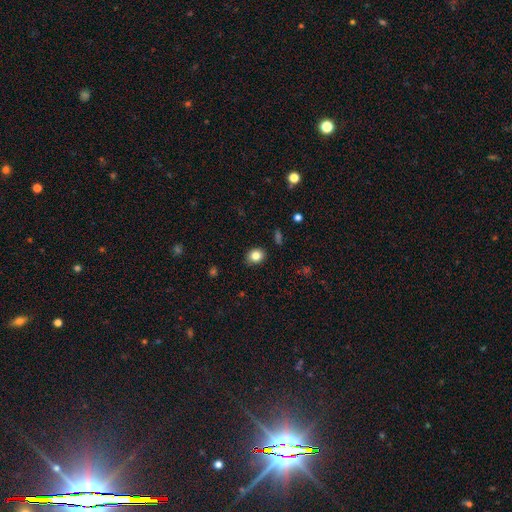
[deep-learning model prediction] Smooth or featured: smooth — 83% (star or artifact — 10%)
How rounded: round — 59% (in between — 40%)
Merging: none — 88% (minor disturbance — 9%)